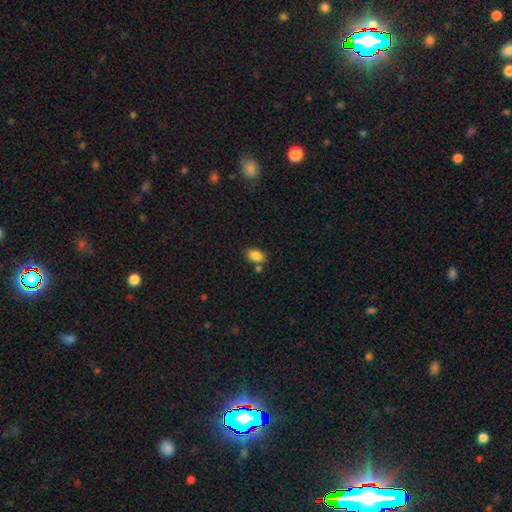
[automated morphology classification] smooth-or-featured: smooth: 86% | star or artifact: 9% | featured or disk: 5%
  how-rounded: in between: 82% | round: 16% | cigar-shaped: 1%
  merging: none: 68% | merger: 15% | minor disturbance: 13% | major disturbance: 4%